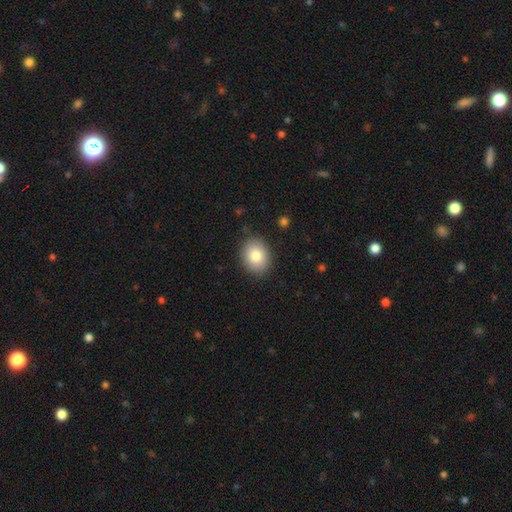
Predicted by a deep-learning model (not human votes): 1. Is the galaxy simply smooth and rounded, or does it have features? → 82% smooth, 10% featured or disk, 8% star or artifact.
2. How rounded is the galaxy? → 50% in between, 49% round, 1% cigar-shaped.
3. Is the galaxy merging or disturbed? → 88% none, 9% minor disturbance, 2% major disturbance, 1% merger.